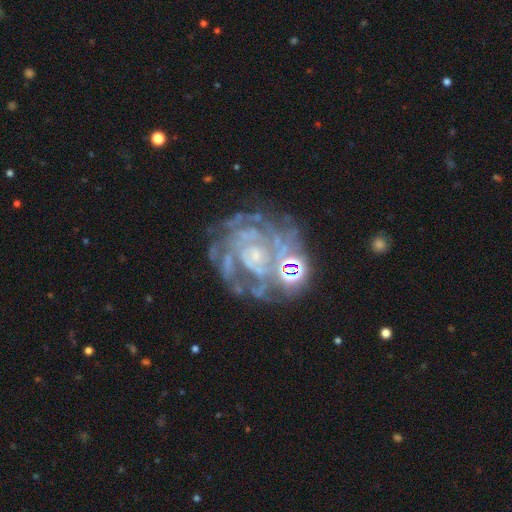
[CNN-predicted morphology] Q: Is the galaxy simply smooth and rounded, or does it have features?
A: featured or disk — 82%.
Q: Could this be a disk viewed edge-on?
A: no — 98%.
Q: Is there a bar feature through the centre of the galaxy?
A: no — 75%.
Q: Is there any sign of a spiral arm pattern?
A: yes — 86%.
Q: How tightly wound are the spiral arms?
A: tight — 70%.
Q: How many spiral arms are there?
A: can't tell — 40%.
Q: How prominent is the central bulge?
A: small — 67%.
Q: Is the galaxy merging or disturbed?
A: none — 61%.